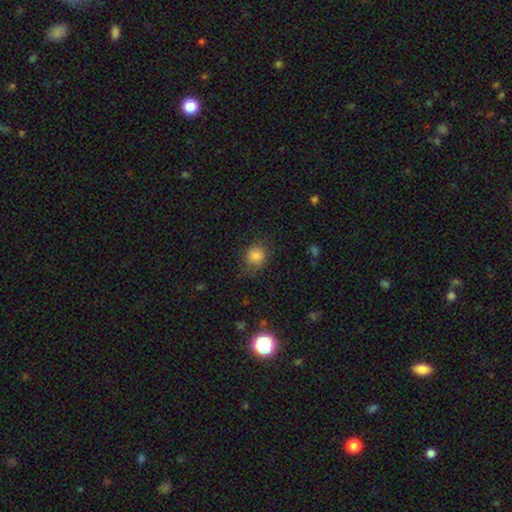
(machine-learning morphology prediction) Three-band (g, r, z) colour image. It shows a smooth galaxy with no disk features (83%) that is round (81%). Merging: none (74%).